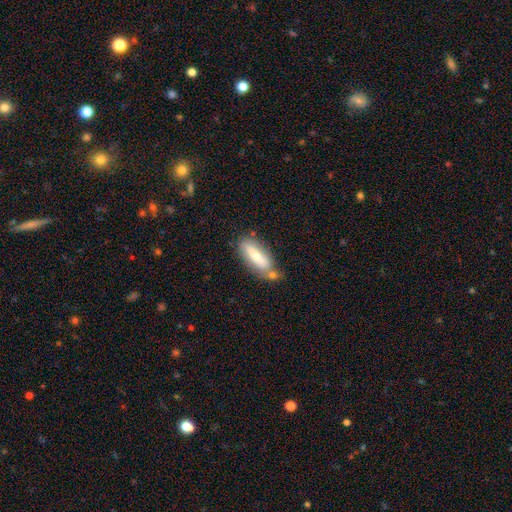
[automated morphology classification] smooth_or_featured: smooth (p=0.62) [alt: featured or disk p=0.32]
how_rounded: in between (p=0.57) [alt: cigar-shaped p=0.40]
merging: none (p=0.54) [alt: merger p=0.22]